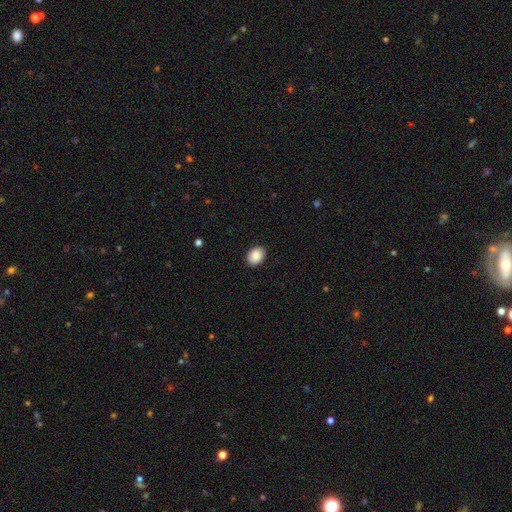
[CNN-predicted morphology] Smooth or featured?
  - smooth: 89% *
  - star or artifact: 7%
  - featured or disk: 4%
How rounded?
  - in between: 72% *
  - round: 27%
  - cigar-shaped: 1%
Merging?
  - none: 89% *
  - minor disturbance: 8%
  - major disturbance: 2%
  - merger: 1%